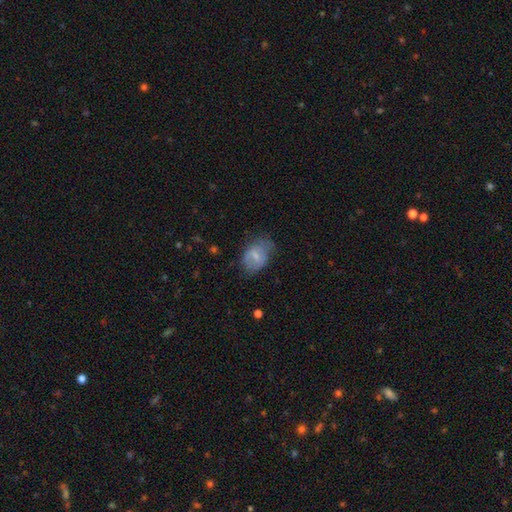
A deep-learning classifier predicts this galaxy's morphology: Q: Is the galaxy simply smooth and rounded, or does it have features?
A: smooth — 57%.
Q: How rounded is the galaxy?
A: in between — 79%.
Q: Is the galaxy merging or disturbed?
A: none — 51%.